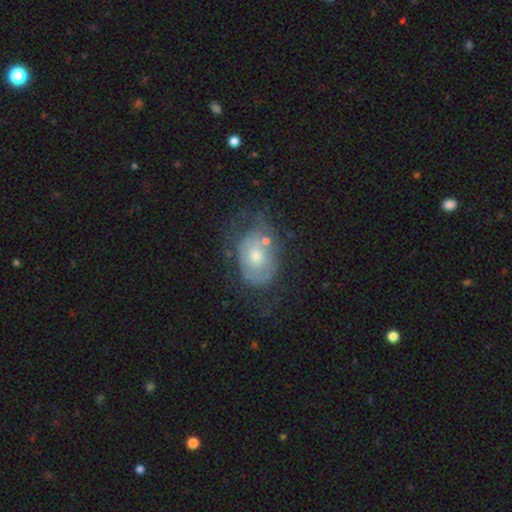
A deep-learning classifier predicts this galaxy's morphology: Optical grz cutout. It shows a featured or disk galaxy (55%) with no bar (85%), no spiral arms (52%) and a moderate central bulge (61%). Merging: none (46%).